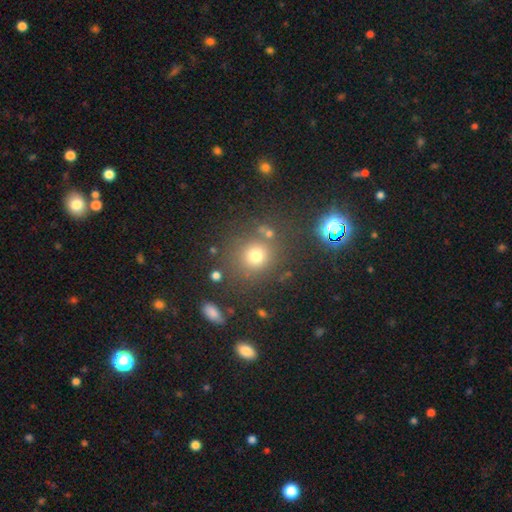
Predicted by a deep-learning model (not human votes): smooth 72%, star or artifact 19%, featured or disk 9%. Down the decision tree: how rounded — round (86%); merging — none (76%).